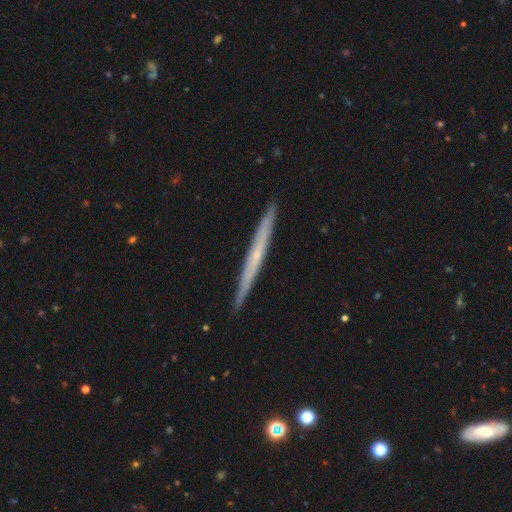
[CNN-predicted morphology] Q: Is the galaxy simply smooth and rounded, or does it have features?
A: featured or disk — 63%.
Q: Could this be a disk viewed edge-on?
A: yes — 96%.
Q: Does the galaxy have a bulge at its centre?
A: none — 70%.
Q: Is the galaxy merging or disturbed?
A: none — 91%.